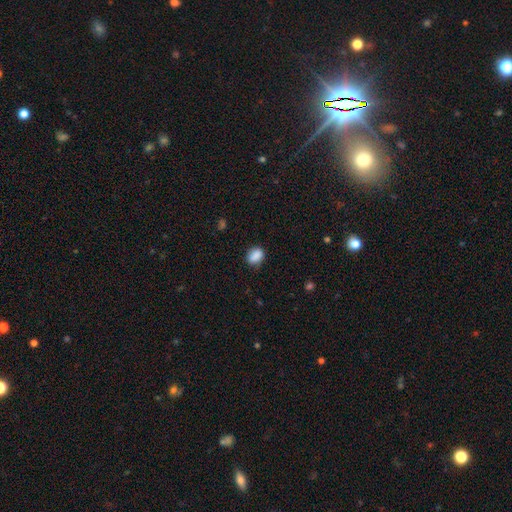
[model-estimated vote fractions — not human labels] A smooth galaxy with no disk features (87%) that is in between round and cigar-shaped (61%).

Vote fractions:
- Smooth or featured? smooth: 87% / star or artifact: 8% / featured or disk: 5%
- How rounded? in between: 61% / round: 38% / cigar-shaped: 1%
- Merging? none: 77% / minor disturbance: 17% / major disturbance: 4% / merger: 2%